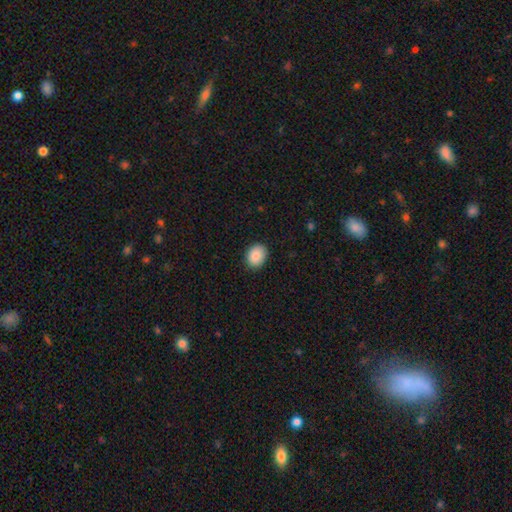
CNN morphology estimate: smooth-or-featured: smooth: 88% | star or artifact: 7% | featured or disk: 5%
  how-rounded: in between: 53% | round: 46% | cigar-shaped: 1%
  merging: none: 87% | minor disturbance: 10% | major disturbance: 2% | merger: 1%